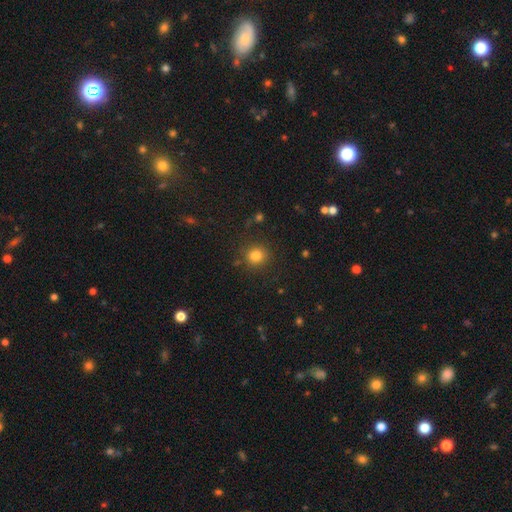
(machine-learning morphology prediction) Smooth or featured: smooth — 81% (star or artifact — 13%)
How rounded: round — 90% (in between — 9%)
Merging: none — 86% (minor disturbance — 9%)